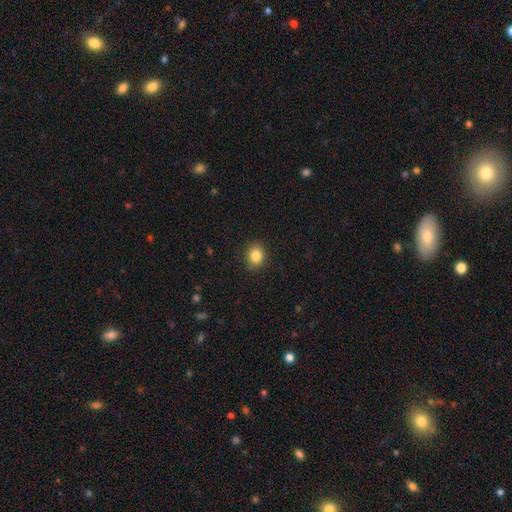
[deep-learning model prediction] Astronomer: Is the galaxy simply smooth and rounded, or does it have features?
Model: smooth — 85%.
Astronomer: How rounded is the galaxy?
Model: round — 64%.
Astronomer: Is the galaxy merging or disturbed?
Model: none — 89%.